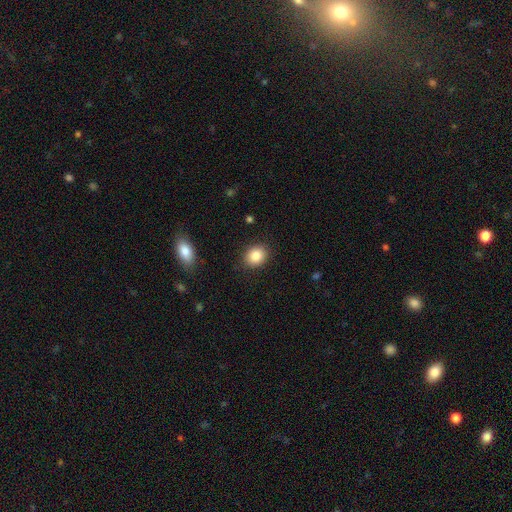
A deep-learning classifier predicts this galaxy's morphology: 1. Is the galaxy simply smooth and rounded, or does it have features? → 86% smooth, 9% star or artifact, 5% featured or disk.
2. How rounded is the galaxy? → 63% round, 36% in between, 1% cigar-shaped.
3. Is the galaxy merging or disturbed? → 88% none, 8% minor disturbance, 3% major disturbance, 1% merger.